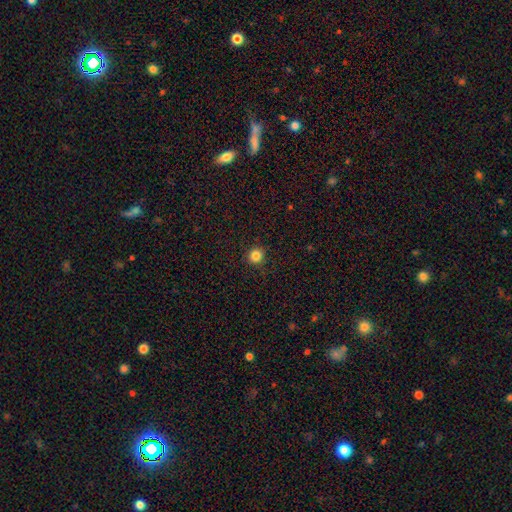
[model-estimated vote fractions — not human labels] smooth-or-featured: smooth: 84% | star or artifact: 12% | featured or disk: 4%
  how-rounded: round: 93% | in between: 7% | cigar-shaped: 1%
  merging: none: 91% | minor disturbance: 6% | major disturbance: 2% | merger: 1%